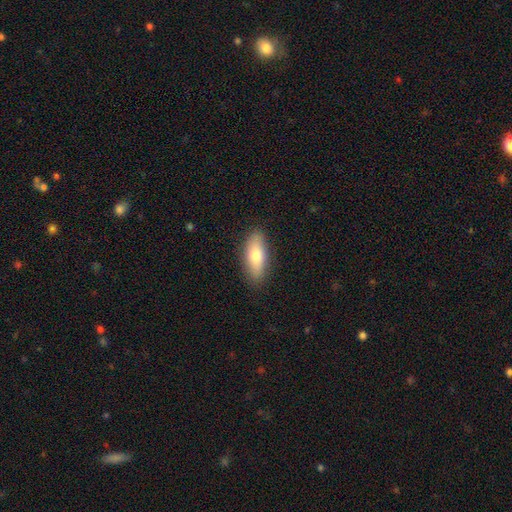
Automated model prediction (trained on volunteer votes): smooth-or-featured: smooth: 74% | featured or disk: 20% | star or artifact: 6%
  how-rounded: in between: 77% | cigar-shaped: 20% | round: 3%
  merging: none: 87% | minor disturbance: 10% | major disturbance: 2% | merger: 1%